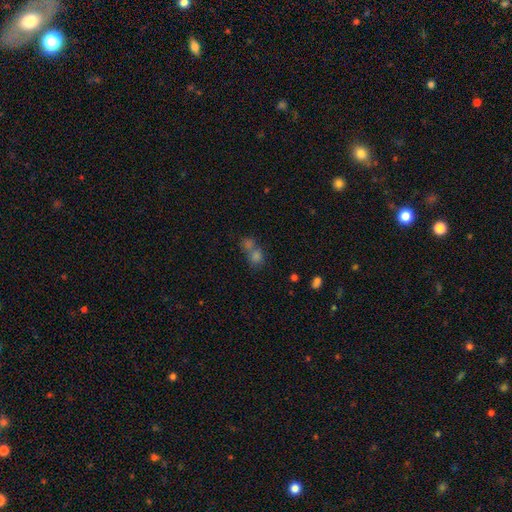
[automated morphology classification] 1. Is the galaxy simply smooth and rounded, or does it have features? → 68% smooth, 20% star or artifact, 12% featured or disk.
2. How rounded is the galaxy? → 62% round, 36% in between, 3% cigar-shaped.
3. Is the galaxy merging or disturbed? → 52% merger, 35% none, 7% minor disturbance, 5% major disturbance.